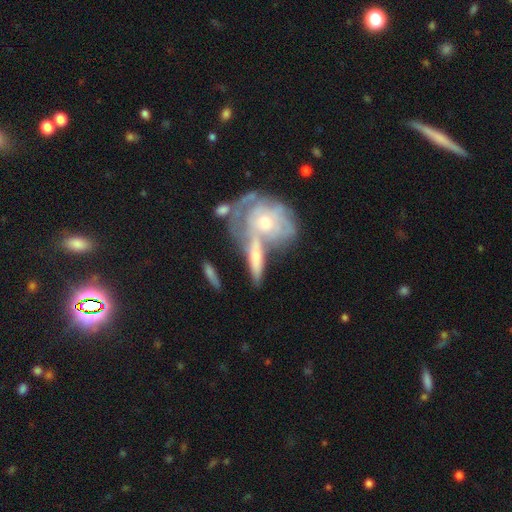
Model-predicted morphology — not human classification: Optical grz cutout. It shows a featured or disk galaxy (48%). Merging: merger (45%).